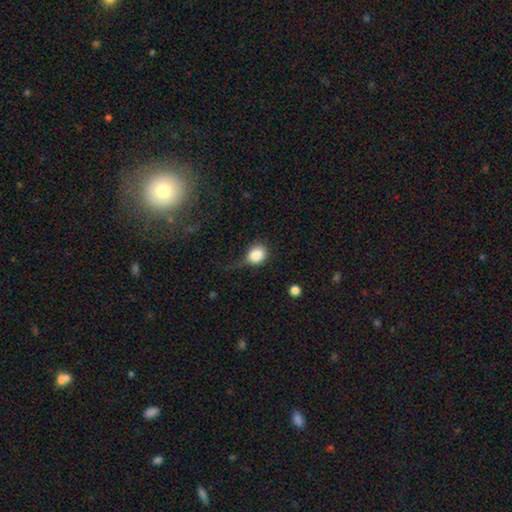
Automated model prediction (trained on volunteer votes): Overall: smooth (85%). How rounded: round (58%; in between 41%). Merging: none (41%; minor disturbance 33%).